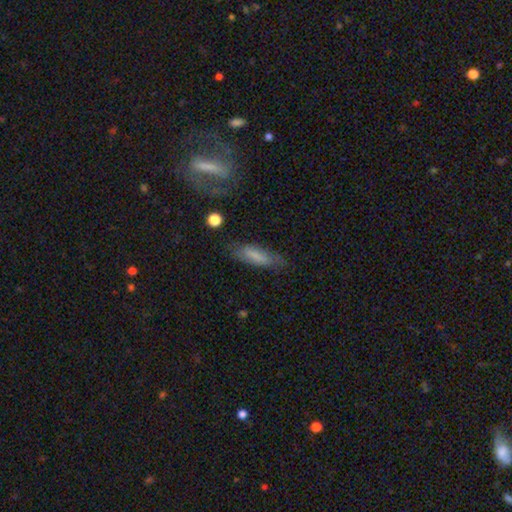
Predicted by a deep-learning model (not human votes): The model was most divided on "how rounded": cigar-shaped: 58%, in between: 40%, round: 2%. More confident: smooth or featured — smooth (71%); merging — none (71%).